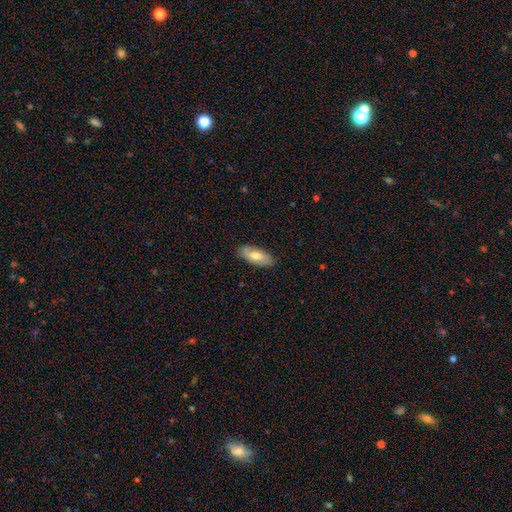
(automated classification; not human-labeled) This appears to be a smooth galaxy with no disk features (69%) that is in between round and cigar-shaped (83%). Merging: none (87%).